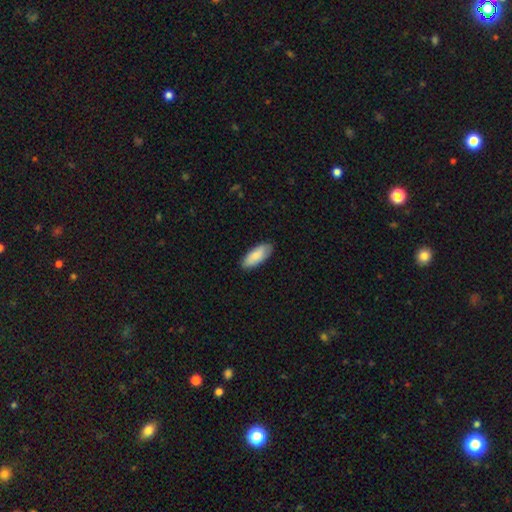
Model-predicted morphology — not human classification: smooth-or-featured: smooth: 86% | featured or disk: 9% | star or artifact: 5%
  how-rounded: in between: 81% | cigar-shaped: 17% | round: 2%
  merging: none: 86% | minor disturbance: 11% | major disturbance: 2% | merger: 1%